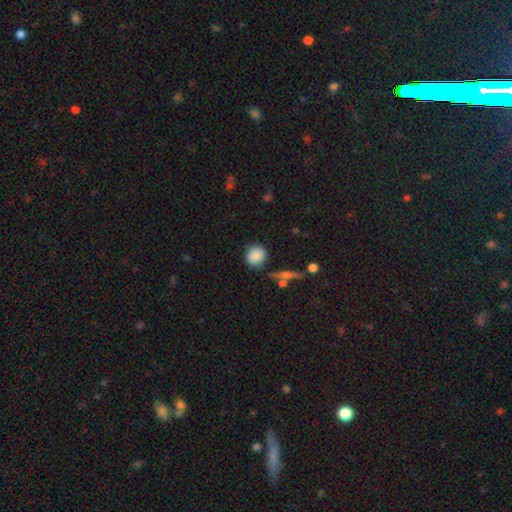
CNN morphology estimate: This is clearly a smooth galaxy (84%). How rounded: clearly round (84%). Merging: likely none (79%).